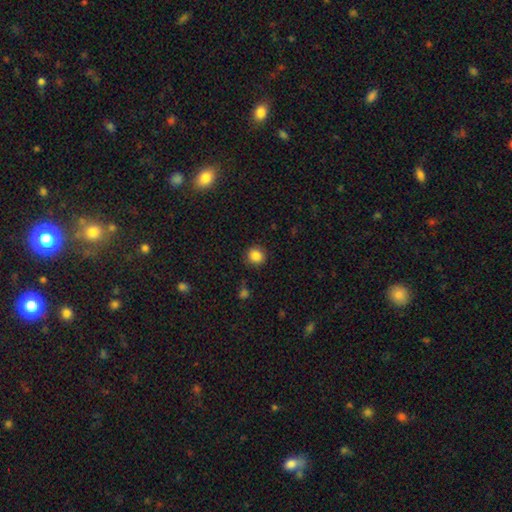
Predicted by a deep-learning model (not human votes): Smooth or featured? Predicted: smooth (p=0.86). How rounded? Predicted: round (p=0.86). Merging? Predicted: none (p=0.88).